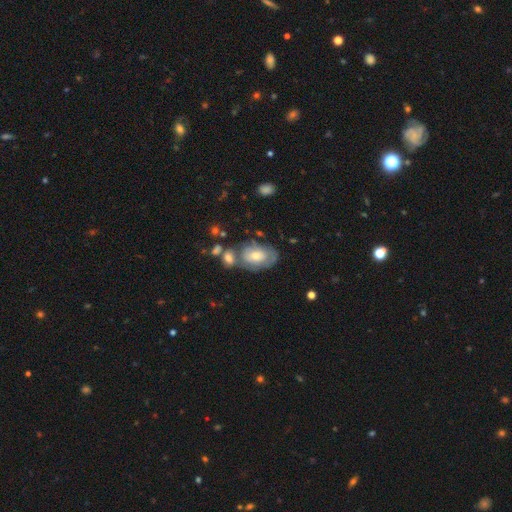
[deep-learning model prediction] Smooth or featured?
  - featured or disk: 53% *
  - smooth: 39%
  - star or artifact: 9%
Edge-on disk?
  - no: 93% *
  - yes: 7%
Merging?
  - none: 49% *
  - merger: 22%
  - minor disturbance: 20%
  - major disturbance: 10%